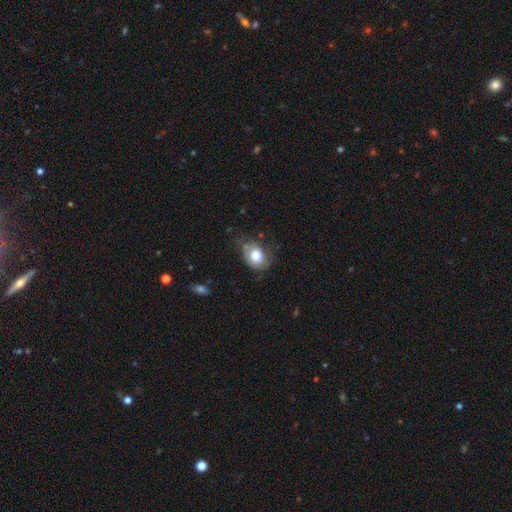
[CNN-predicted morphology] smooth_or_featured: smooth (p=0.76) [alt: featured or disk p=0.16]
how_rounded: in between (p=0.53) [alt: round p=0.46]
merging: none (p=0.53) [alt: minor disturbance p=0.32]